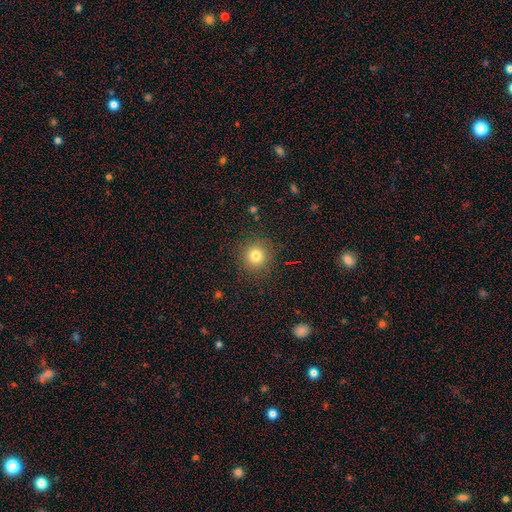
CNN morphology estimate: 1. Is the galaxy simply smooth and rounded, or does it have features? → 80% smooth, 13% star or artifact, 7% featured or disk.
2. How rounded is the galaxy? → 94% round, 6% in between, 1% cigar-shaped.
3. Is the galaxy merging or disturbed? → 89% none, 7% minor disturbance, 3% major disturbance, 1% merger.